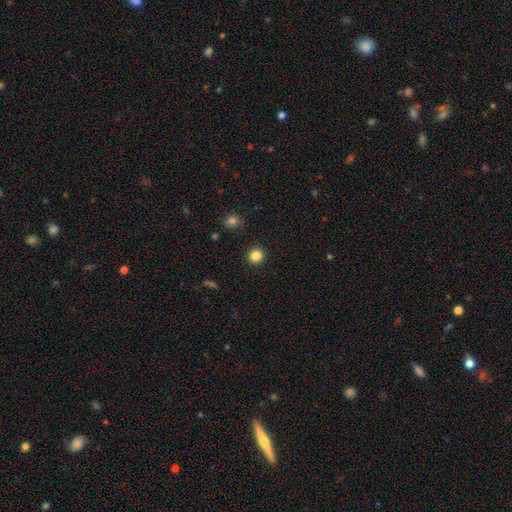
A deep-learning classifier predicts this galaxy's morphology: Smooth or featured: smooth — 85% (star or artifact — 11%)
How rounded: round — 91% (in between — 8%)
Merging: none — 92% (minor disturbance — 5%)